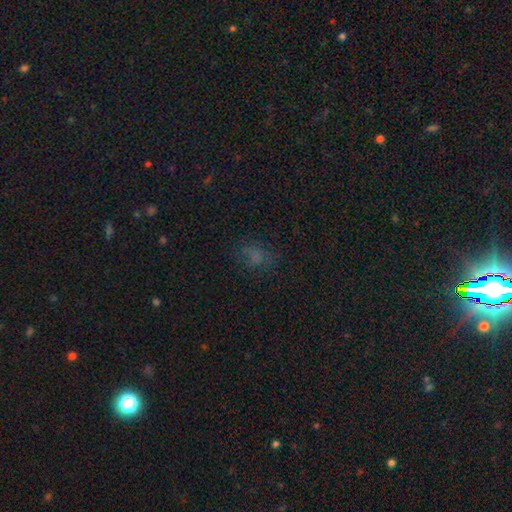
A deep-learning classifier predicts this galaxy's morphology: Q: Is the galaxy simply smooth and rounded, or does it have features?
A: smooth — 59%.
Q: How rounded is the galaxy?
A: in between — 61%.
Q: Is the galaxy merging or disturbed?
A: none — 66%.